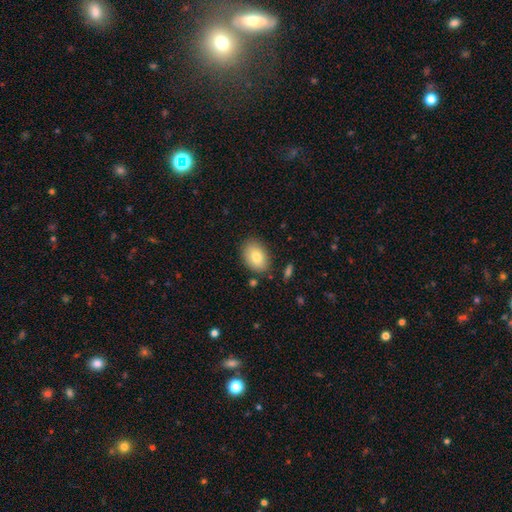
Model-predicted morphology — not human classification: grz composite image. It shows a smooth galaxy with no disk features (81%) that is in between round and cigar-shaped (84%). Merging: none (84%).